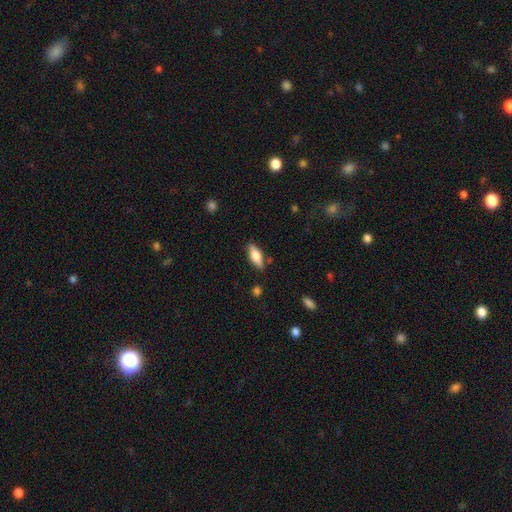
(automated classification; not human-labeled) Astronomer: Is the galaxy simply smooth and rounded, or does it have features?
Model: smooth — 71%.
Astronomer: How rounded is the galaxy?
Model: in between — 69%.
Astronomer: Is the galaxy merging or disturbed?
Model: none — 82%.